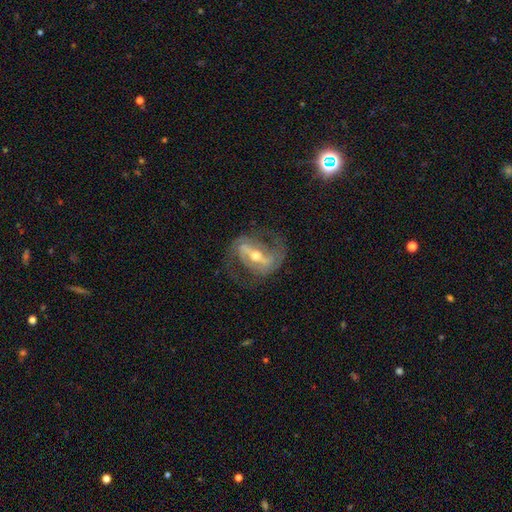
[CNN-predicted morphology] Smooth or featured? Predicted: featured or disk (p=0.88). Edge-on disk? Predicted: no (p=0.94). Bar? Predicted: strong (p=0.64). Spiral arms? Predicted: yes (p=0.93). Spiral winding? Predicted: medium (p=0.51). Spiral arm count? Predicted: 2 (p=0.87). Bulge size? Predicted: moderate (p=0.60). Merging? Predicted: none (p=0.68).